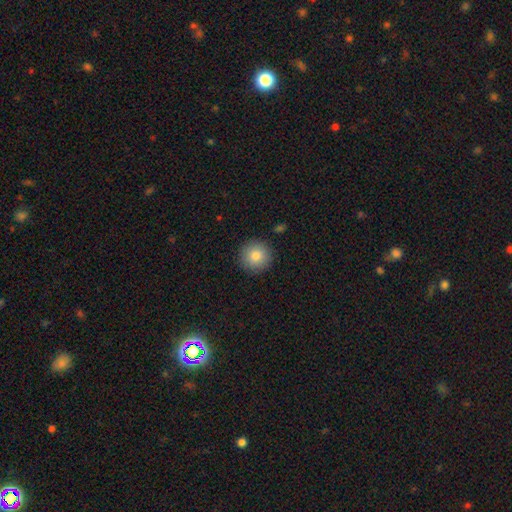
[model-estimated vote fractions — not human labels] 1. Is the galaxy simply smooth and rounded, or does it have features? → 84% smooth, 9% star or artifact, 7% featured or disk.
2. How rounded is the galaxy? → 95% round, 4% in between, 1% cigar-shaped.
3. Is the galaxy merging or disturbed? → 91% none, 6% minor disturbance, 2% major disturbance, 1% merger.